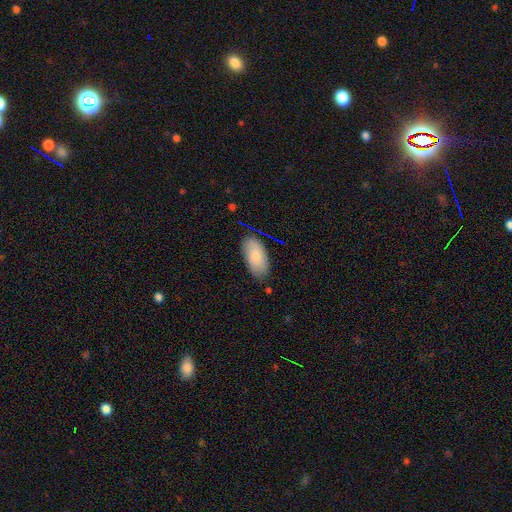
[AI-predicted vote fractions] Morphology: type=smooth (83%); roundness=in between (94%); merging=none (77%).